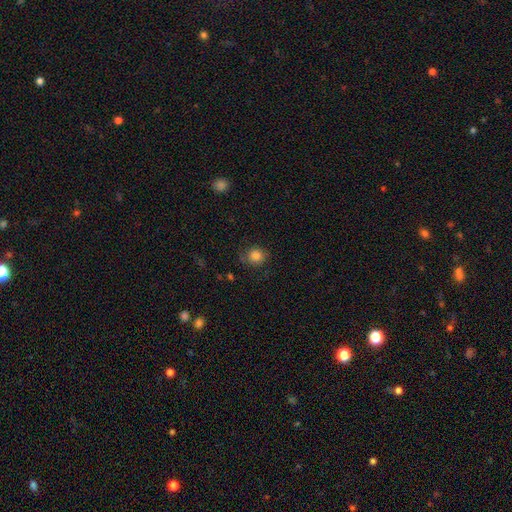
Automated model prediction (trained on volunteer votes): smooth-or-featured: smooth: 83% | star or artifact: 11% | featured or disk: 6%
  how-rounded: round: 87% | in between: 12% | cigar-shaped: 1%
  merging: none: 77% | minor disturbance: 16% | major disturbance: 5% | merger: 2%